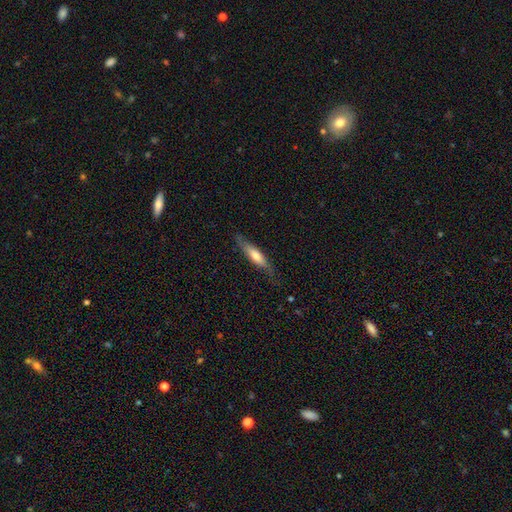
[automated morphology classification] smooth-or-featured: smooth: 53% | featured or disk: 41% | star or artifact: 6%
  how-rounded: cigar-shaped: 74% | in between: 24% | round: 2%
  merging: none: 72% | minor disturbance: 21% | major disturbance: 6% | merger: 1%